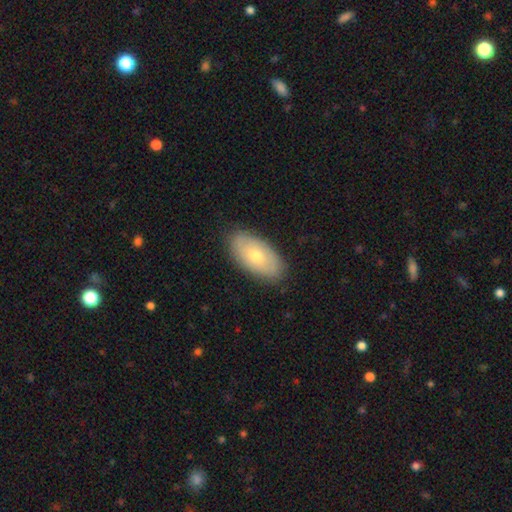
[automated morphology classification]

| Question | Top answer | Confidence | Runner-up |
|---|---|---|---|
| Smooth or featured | smooth | 64% | featured or disk (29%) |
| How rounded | in between | 94% | round (3%) |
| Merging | none | 86% | minor disturbance (11%) |